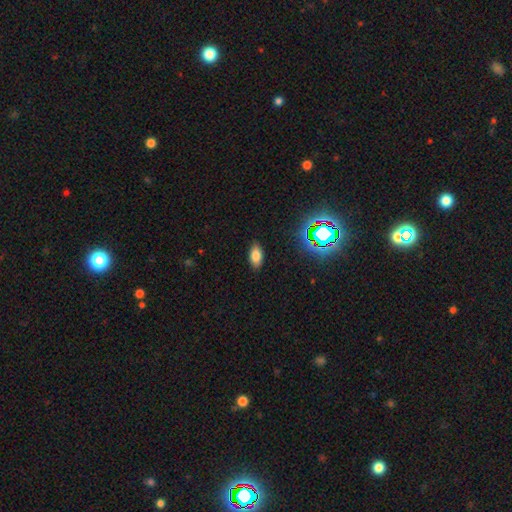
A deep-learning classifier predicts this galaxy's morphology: Smooth or featured: smooth — 76% (star or artifact — 15%)
How rounded: in between — 90% (cigar-shaped — 5%)
Merging: none — 87% (minor disturbance — 9%)